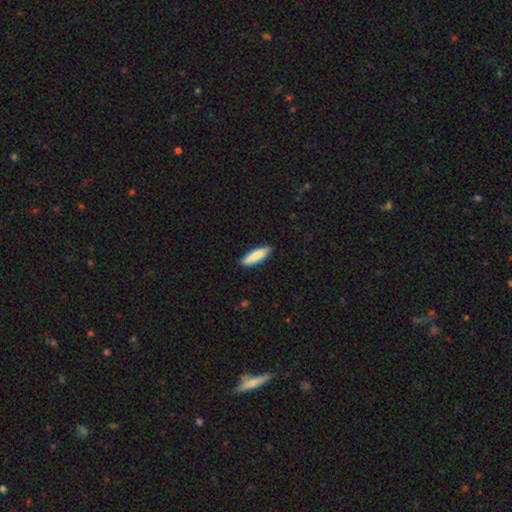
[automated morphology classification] Smooth or featured: smooth — 87% (featured or disk — 8%)
How rounded: cigar-shaped — 66% (in between — 32%)
Merging: none — 89% (minor disturbance — 9%)